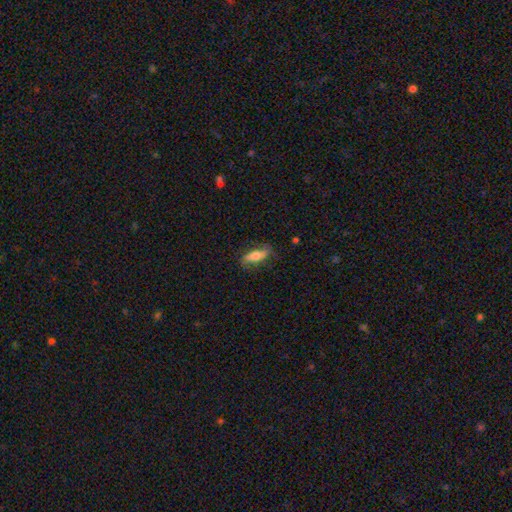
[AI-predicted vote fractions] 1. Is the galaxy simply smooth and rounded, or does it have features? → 60% smooth, 33% featured or disk, 7% star or artifact.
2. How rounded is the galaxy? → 62% in between, 35% cigar-shaped, 3% round.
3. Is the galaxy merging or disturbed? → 71% none, 20% minor disturbance, 7% major disturbance, 1% merger.